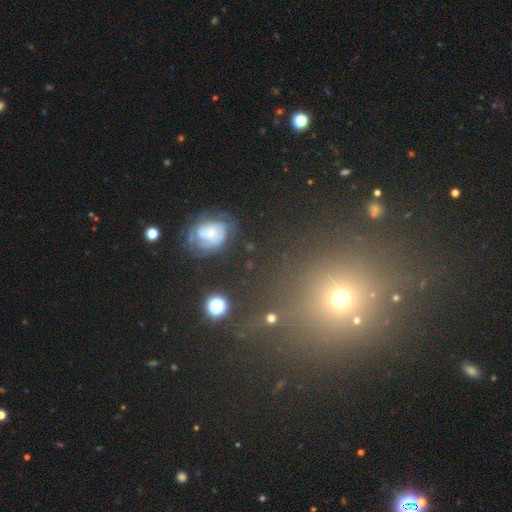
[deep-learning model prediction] This is possibly a star or artifact rather than a galaxy (48%).